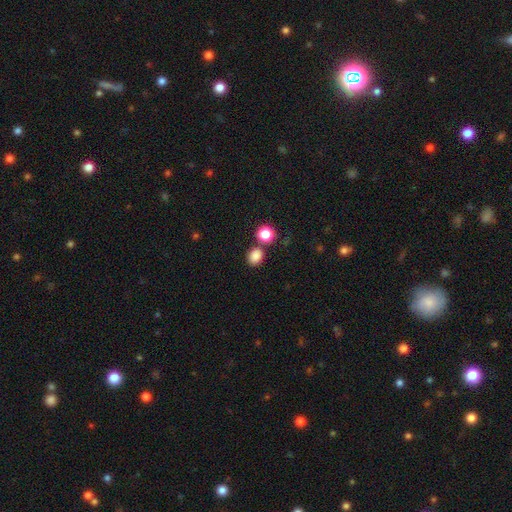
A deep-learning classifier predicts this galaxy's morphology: This appears to be a smooth galaxy with no disk features (84%) that is round (60%). Merging: none (71%).